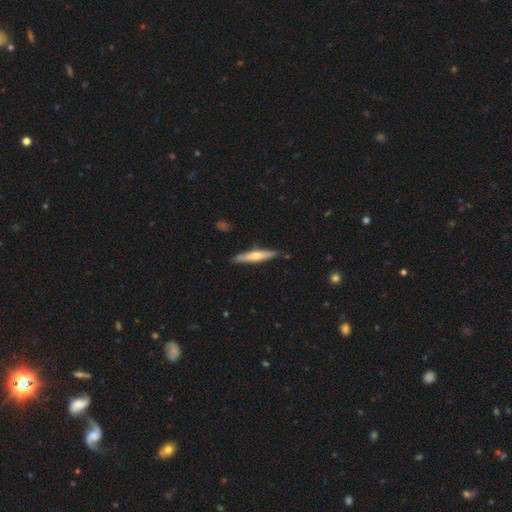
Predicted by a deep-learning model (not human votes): This appears to be a featured or disk galaxy (49%). Merging: none (89%).